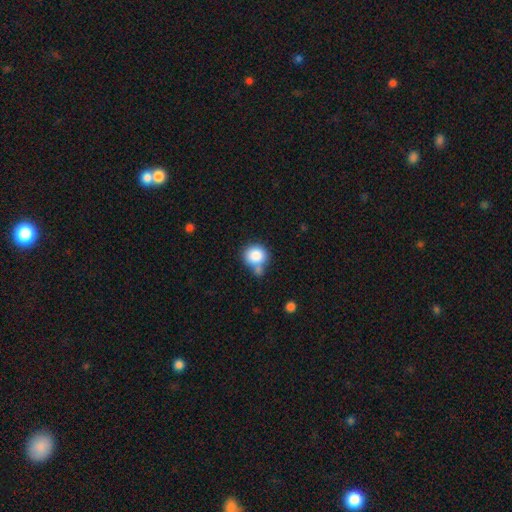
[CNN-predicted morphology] A smooth galaxy with no disk features (84%) that is round (86%).

Vote fractions:
- Smooth or featured? smooth: 84% / star or artifact: 9% / featured or disk: 7%
- How rounded? round: 86% / in between: 13% / cigar-shaped: 1%
- Merging? none: 53% / merger: 23% / minor disturbance: 19% / major disturbance: 6%